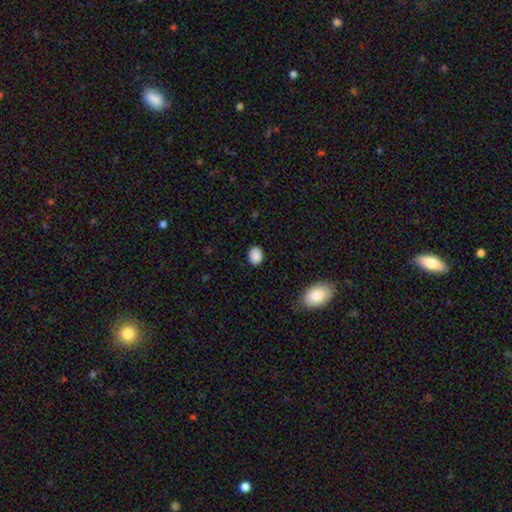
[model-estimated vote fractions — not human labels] Smooth or featured? Predicted: smooth (p=0.88). How rounded? Predicted: round (p=0.51). Merging? Predicted: none (p=0.87).